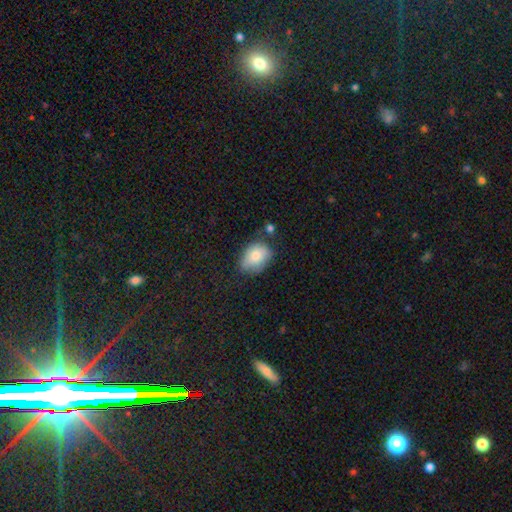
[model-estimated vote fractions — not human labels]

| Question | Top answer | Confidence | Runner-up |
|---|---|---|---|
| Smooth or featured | smooth | 79% | featured or disk (14%) |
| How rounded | in between | 78% | round (21%) |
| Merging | none | 60% | minor disturbance (28%) |